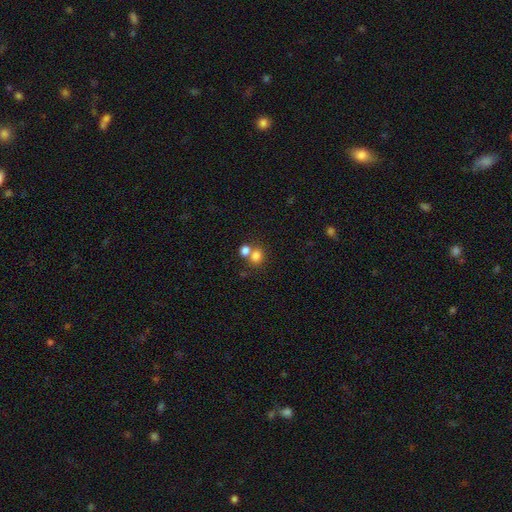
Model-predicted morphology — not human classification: This appears to be a smooth galaxy with no disk features (78%) that is round (69%). Merging: none (46%).